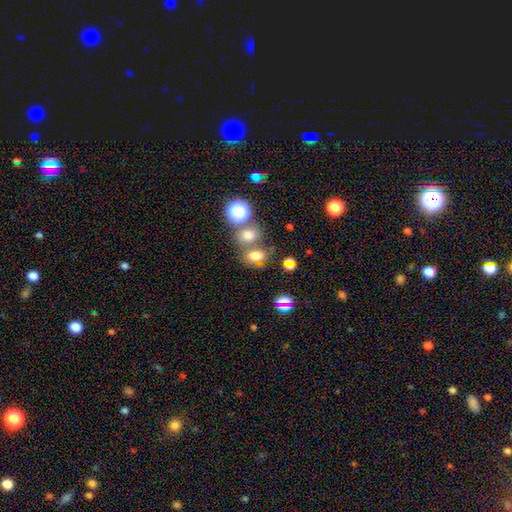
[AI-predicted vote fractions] Smooth or featured?
  - smooth: 70% *
  - star or artifact: 18%
  - featured or disk: 12%
How rounded?
  - in between: 56% *
  - round: 43%
  - cigar-shaped: 1%
Merging?
  - none: 47% *
  - merger: 35%
  - minor disturbance: 12%
  - major disturbance: 6%